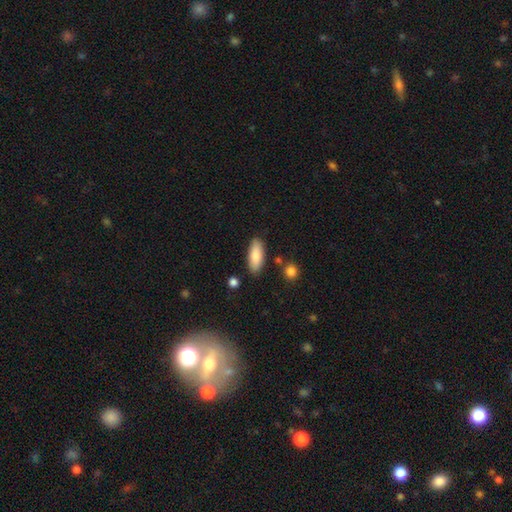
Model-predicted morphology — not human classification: type=smooth (83%); roundness=in between (75%); merging=none (84%).